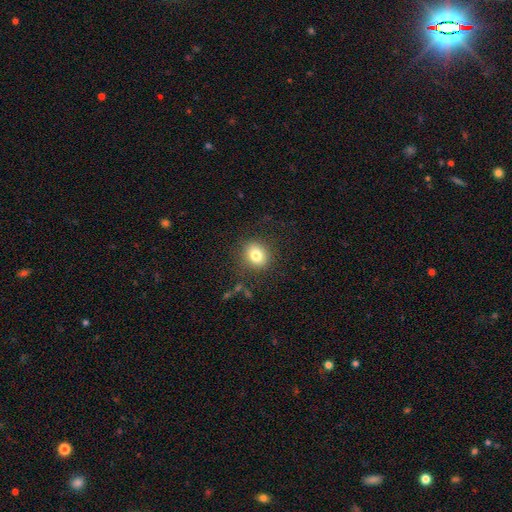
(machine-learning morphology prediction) Smooth or featured?
  - smooth: 80% *
  - star or artifact: 11%
  - featured or disk: 9%
How rounded?
  - round: 67% *
  - in between: 32%
  - cigar-shaped: 1%
Merging?
  - none: 85% *
  - minor disturbance: 9%
  - major disturbance: 4%
  - merger: 1%